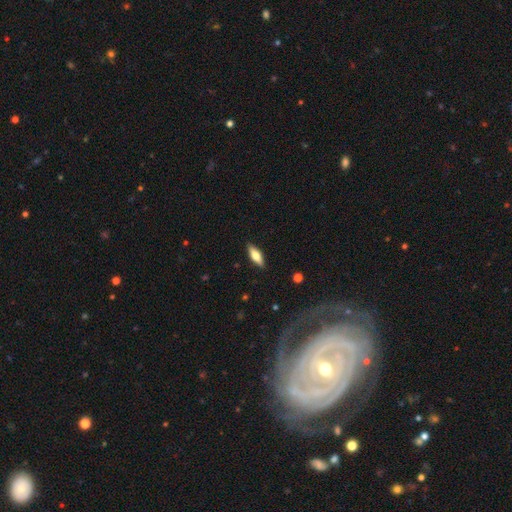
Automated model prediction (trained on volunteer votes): Smooth or featured? Predicted: smooth (p=0.57). How rounded? Predicted: in between (p=0.57). Merging? Predicted: none (p=0.89).